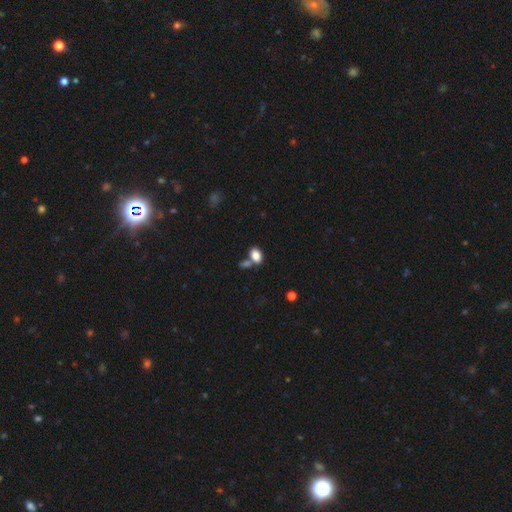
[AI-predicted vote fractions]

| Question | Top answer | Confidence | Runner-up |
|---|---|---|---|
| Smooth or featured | smooth | 83% | star or artifact (9%) |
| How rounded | in between | 85% | round (14%) |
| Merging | none | 50% | merger (33%) |